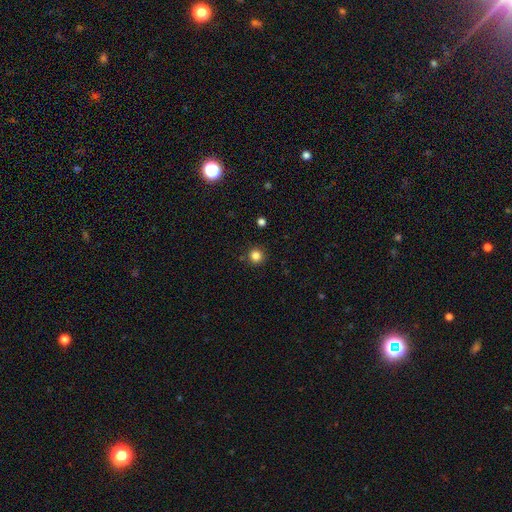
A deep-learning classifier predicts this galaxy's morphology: This is clearly a smooth galaxy (83%). How rounded: clearly round (95%). Merging: clearly none (90%).